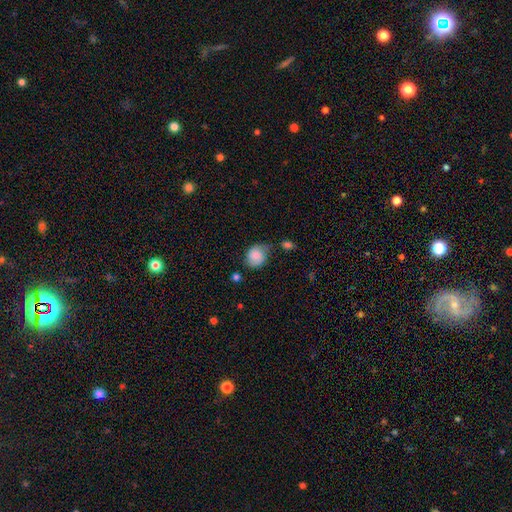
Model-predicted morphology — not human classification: Smooth or featured? smooth (79%)
How rounded? round (60%)
Merging? none (49%)